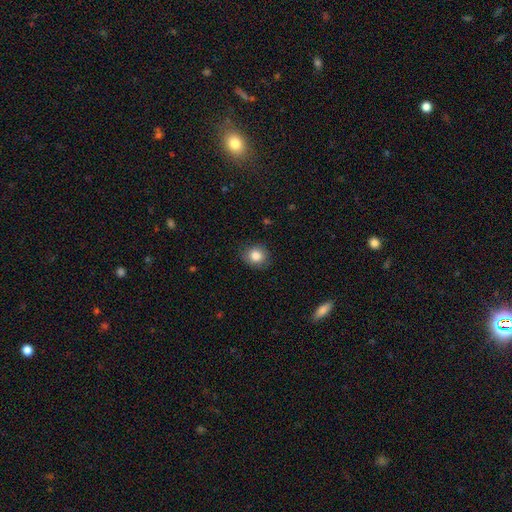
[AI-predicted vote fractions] smooth 85%, star or artifact 9%, featured or disk 6%. Down the decision tree: how rounded — round (79%); merging — none (83%).